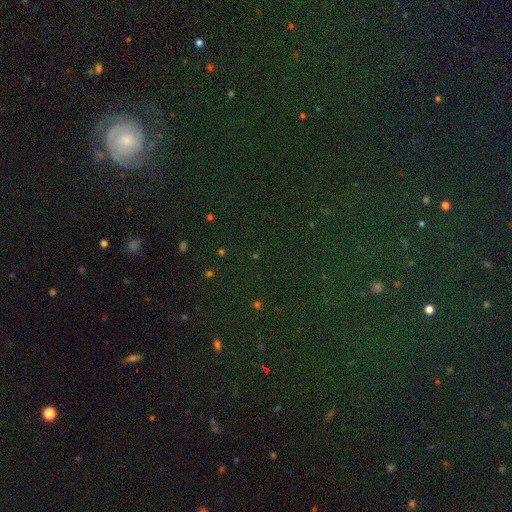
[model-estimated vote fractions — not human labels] star or artifact 66%, smooth 18%, featured or disk 16%.